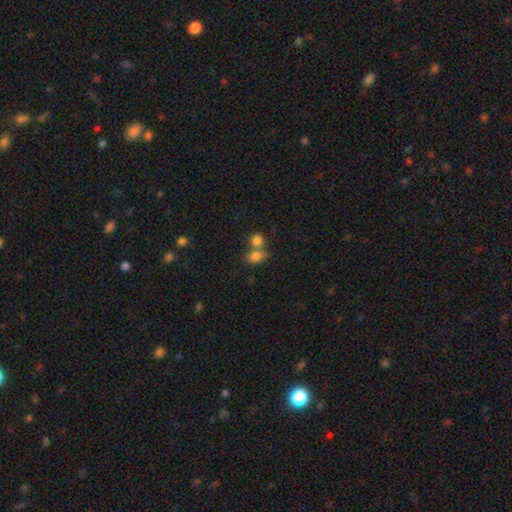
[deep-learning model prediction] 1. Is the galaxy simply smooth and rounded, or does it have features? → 80% smooth, 11% star or artifact, 9% featured or disk.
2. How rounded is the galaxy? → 57% in between, 41% round, 2% cigar-shaped.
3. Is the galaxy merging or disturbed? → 46% merger, 39% none, 10% minor disturbance, 5% major disturbance.